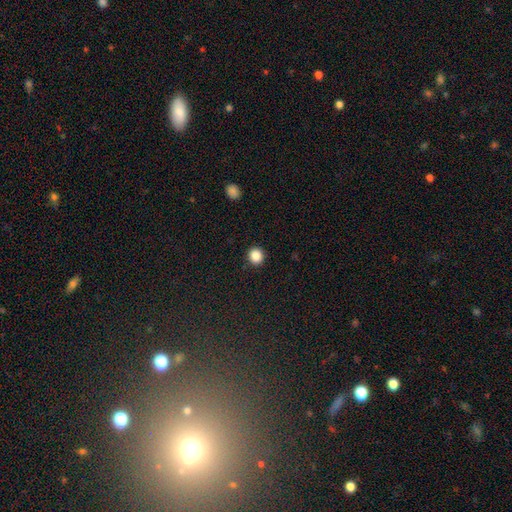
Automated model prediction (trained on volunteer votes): Q: Smooth or featured?
A: smooth (87%); runner-up: star or artifact (10%)
Q: How rounded?
A: round (89%); runner-up: in between (10%)
Q: Merging?
A: none (92%); runner-up: minor disturbance (5%)